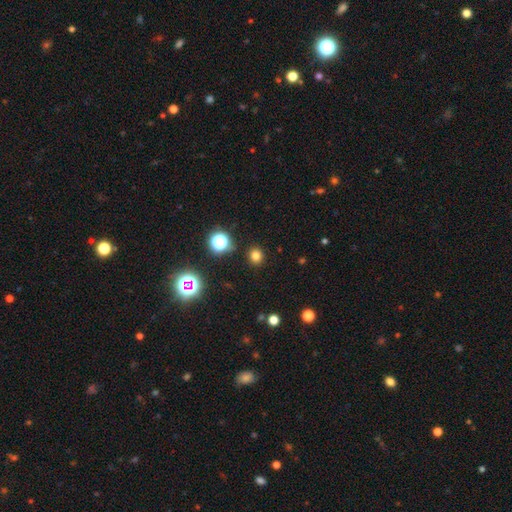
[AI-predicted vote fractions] Smooth or featured: smooth — 77% (star or artifact — 18%)
How rounded: round — 85% (in between — 14%)
Merging: none — 90% (minor disturbance — 6%)